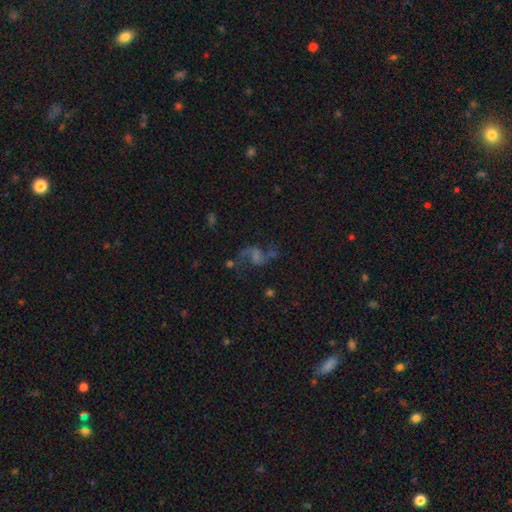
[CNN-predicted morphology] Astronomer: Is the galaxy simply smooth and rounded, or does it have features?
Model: featured or disk — 64%.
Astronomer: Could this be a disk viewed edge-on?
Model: no — 97%.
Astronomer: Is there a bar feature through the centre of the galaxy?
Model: no — 49% (runner-up: weak, 38%).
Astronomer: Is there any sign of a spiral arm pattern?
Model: yes — 87%.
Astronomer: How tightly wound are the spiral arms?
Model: loose — 73%.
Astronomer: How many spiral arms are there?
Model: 2 — 83%.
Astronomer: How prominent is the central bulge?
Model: none — 49% (runner-up: small, 26%).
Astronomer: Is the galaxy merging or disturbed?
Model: none — 53%.